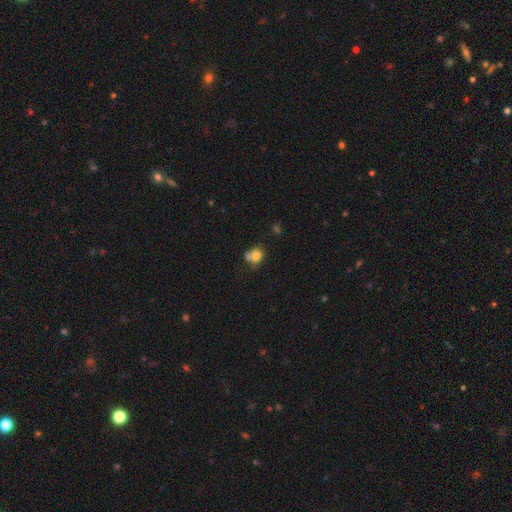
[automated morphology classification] Overall: smooth (76%). How rounded: round (65%; in between 34%). Merging: none (41%; merger 37%).